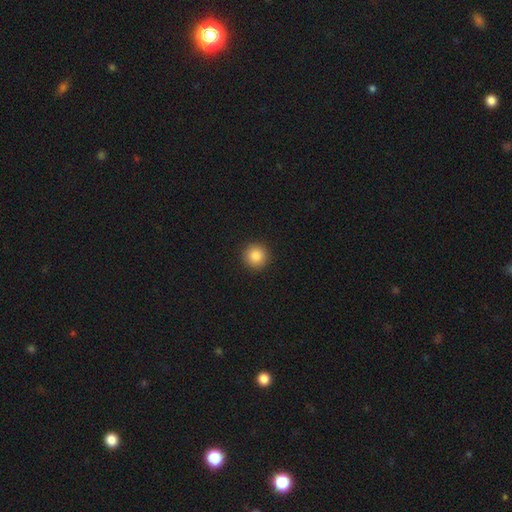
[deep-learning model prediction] Smooth or featured? Predicted: smooth (p=0.86). How rounded? Predicted: round (p=0.95). Merging? Predicted: none (p=0.93).